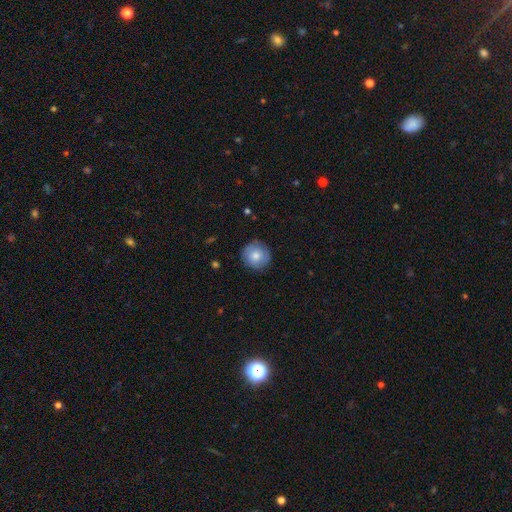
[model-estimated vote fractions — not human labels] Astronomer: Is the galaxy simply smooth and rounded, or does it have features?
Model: smooth — 67%.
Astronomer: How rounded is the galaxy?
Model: round — 93%.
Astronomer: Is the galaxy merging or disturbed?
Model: none — 84%.